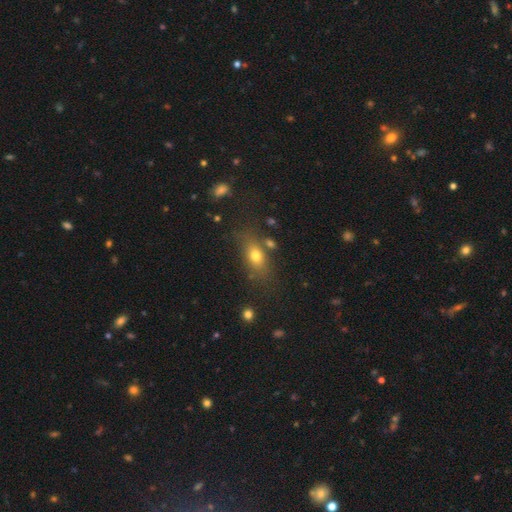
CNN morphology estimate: smooth-or-featured: smooth: 72% | featured or disk: 15% | star or artifact: 13%
  how-rounded: in between: 74% | round: 16% | cigar-shaped: 10%
  merging: none: 70% | minor disturbance: 15% | merger: 8% | major disturbance: 7%